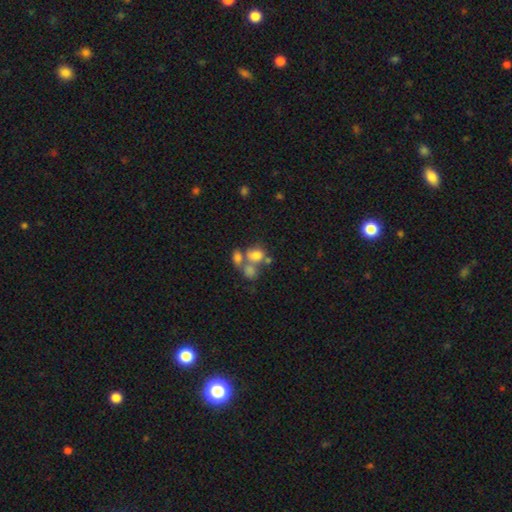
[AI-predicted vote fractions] Smooth or featured?
  - smooth: 68% *
  - featured or disk: 18%
  - star or artifact: 14%
How rounded?
  - round: 53% *
  - in between: 46%
  - cigar-shaped: 1%
Merging?
  - merger: 51% *
  - none: 32%
  - minor disturbance: 10%
  - major disturbance: 8%